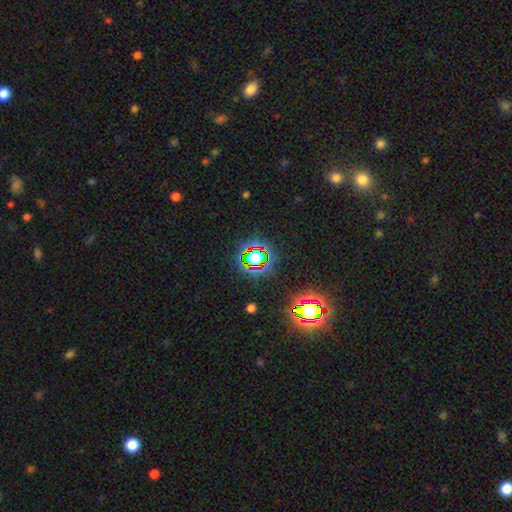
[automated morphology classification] star or artifact 67%, smooth 22%, featured or disk 11%.